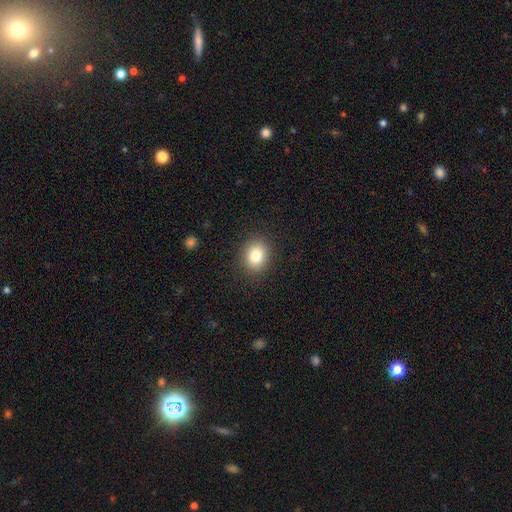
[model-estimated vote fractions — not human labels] Morphology: type=smooth (82%); roundness=round (62%); merging=none (89%).